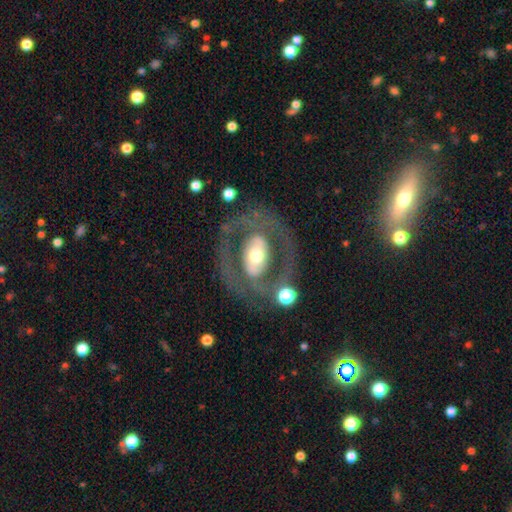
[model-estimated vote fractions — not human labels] smooth-or-featured: featured or disk: 69% | smooth: 24% | star or artifact: 6%
  disk-edge-on: no: 93% | yes: 7%
    bar: no: 50% | strong: 26% | weak: 23%
    has-spiral-arms: no: 58% | yes: 42%
    bulge-size: moderate: 60% | large: 20% | small: 16% | dominant: 3% | none: 1%
  merging: none: 67% | major disturbance: 15% | minor disturbance: 13% | merger: 4%